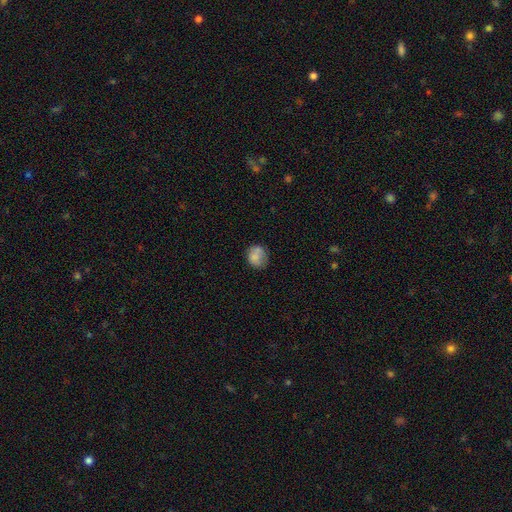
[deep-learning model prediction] Smooth or featured? Predicted: smooth (p=0.80). How rounded? Predicted: round (p=0.71). Merging? Predicted: none (p=0.66).